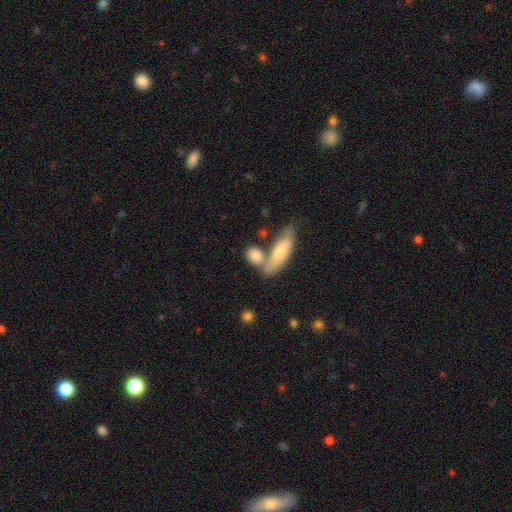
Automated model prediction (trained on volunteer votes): smooth_or_featured: smooth (p=0.79) [alt: featured or disk p=0.14]
how_rounded: in between (p=0.63) [alt: round p=0.22]
merging: none (p=0.44) [alt: merger p=0.38]